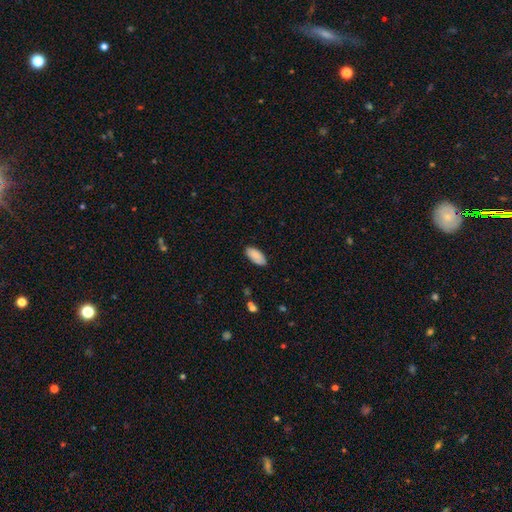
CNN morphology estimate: This appears to be a smooth galaxy with no disk features (85%) that is in between round and cigar-shaped (93%). Merging: none (83%).